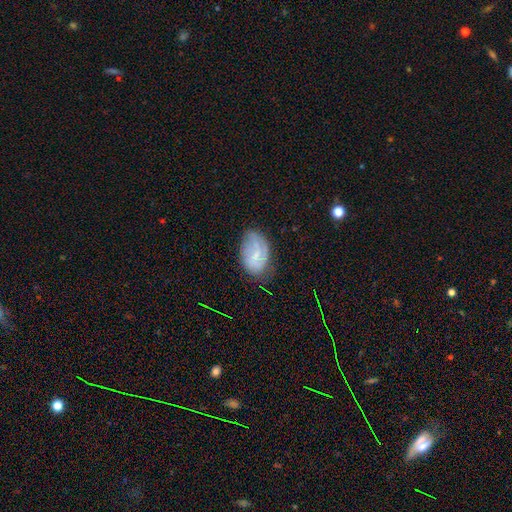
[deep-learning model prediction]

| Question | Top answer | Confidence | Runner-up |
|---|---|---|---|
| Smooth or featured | featured or disk | 50% | smooth (42%) |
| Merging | none | 60% | minor disturbance (30%) |